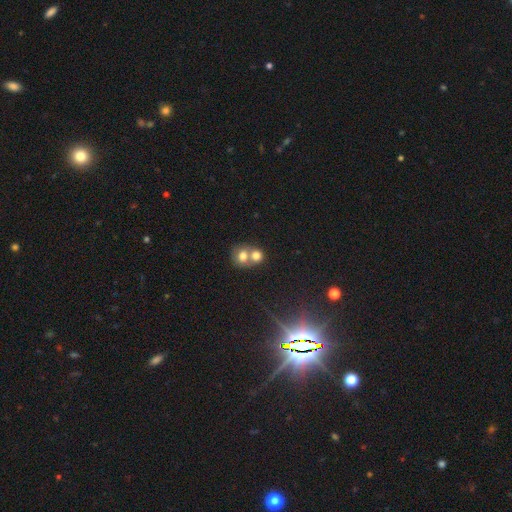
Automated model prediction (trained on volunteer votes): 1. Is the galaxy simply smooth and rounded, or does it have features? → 71% smooth, 18% featured or disk, 11% star or artifact.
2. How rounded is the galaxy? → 72% round, 27% in between, 1% cigar-shaped.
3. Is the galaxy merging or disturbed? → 63% merger, 28% none, 6% minor disturbance, 3% major disturbance.